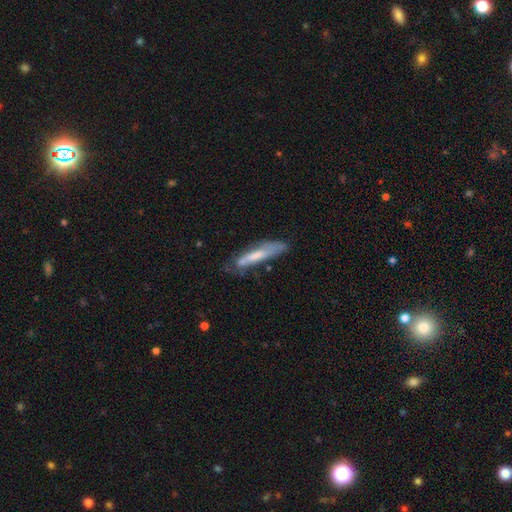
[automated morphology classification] smooth 56%, featured or disk 37%, star or artifact 7%. Down the decision tree: how rounded — cigar-shaped (85%); merging — none (54%).